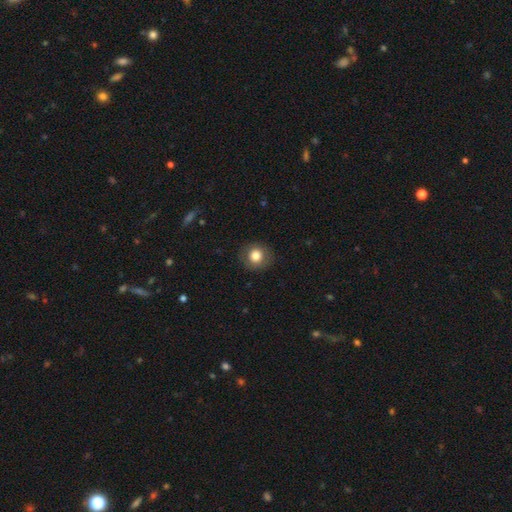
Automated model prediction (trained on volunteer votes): Morphology: type=smooth (80%); roundness=round (89%); merging=none (88%).